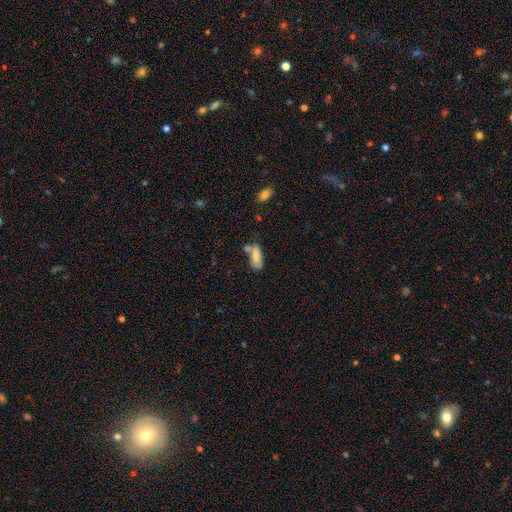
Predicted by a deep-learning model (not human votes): smooth-or-featured: smooth: 77% | featured or disk: 15% | star or artifact: 8%
  how-rounded: in between: 75% | cigar-shaped: 23% | round: 2%
  merging: none: 49% | merger: 24% | minor disturbance: 21% | major disturbance: 6%